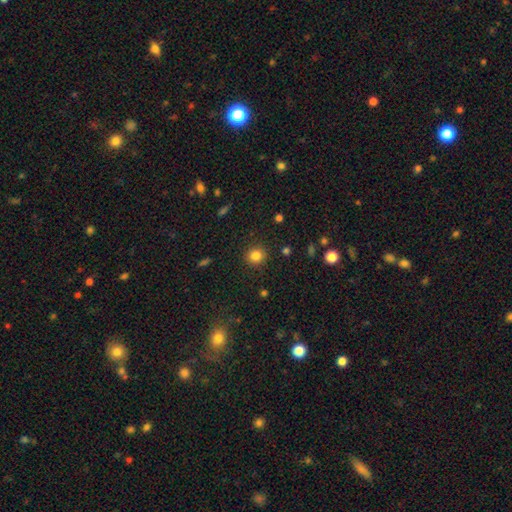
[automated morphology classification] A smooth galaxy with no disk features (83%) that is round (89%). Merging: none (90%).